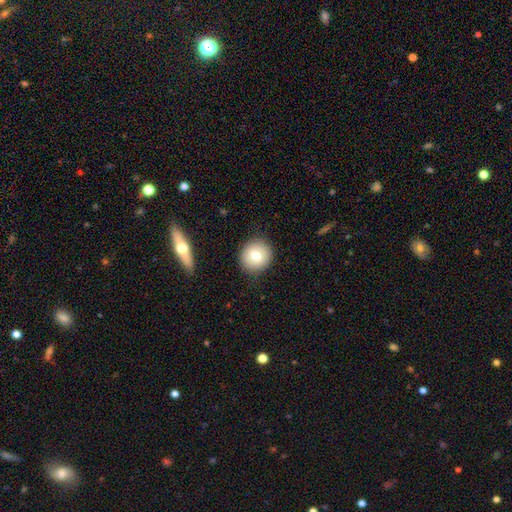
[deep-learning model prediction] Smooth or featured? Predicted: smooth (p=0.73). How rounded? Predicted: round (p=0.91). Merging? Predicted: none (p=0.88).